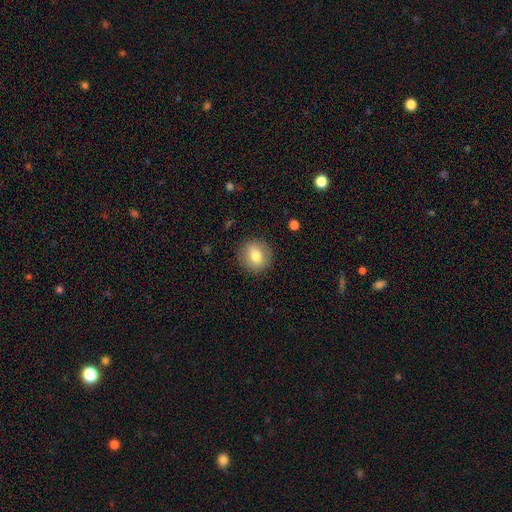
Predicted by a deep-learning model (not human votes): smooth 74%, featured or disk 17%, star or artifact 9%. Down the decision tree: how rounded — round (88%); merging — none (89%).